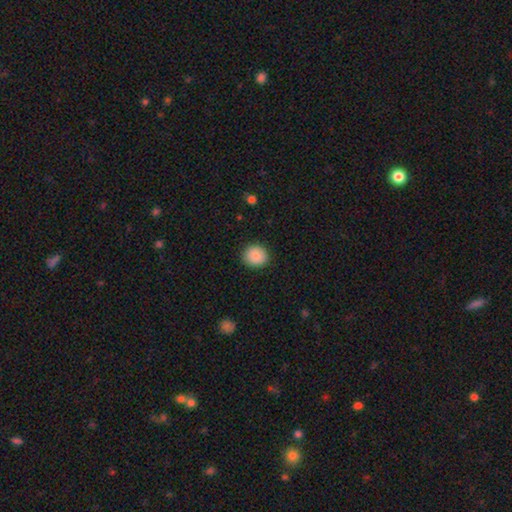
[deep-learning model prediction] smooth 86%, star or artifact 8%, featured or disk 6%. Down the decision tree: how rounded — round (86%); merging — none (89%).